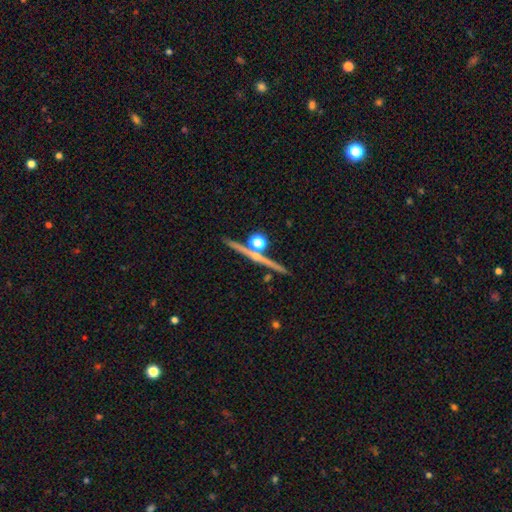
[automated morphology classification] Q: Smooth or featured?
A: featured or disk (64%); runner-up: smooth (22%)
Q: Edge-on disk?
A: yes (96%); runner-up: no (4%)
Q: Edge-on bulge?
A: rounded (59%); runner-up: none (34%)
Q: Merging?
A: none (82%); runner-up: merger (9%)